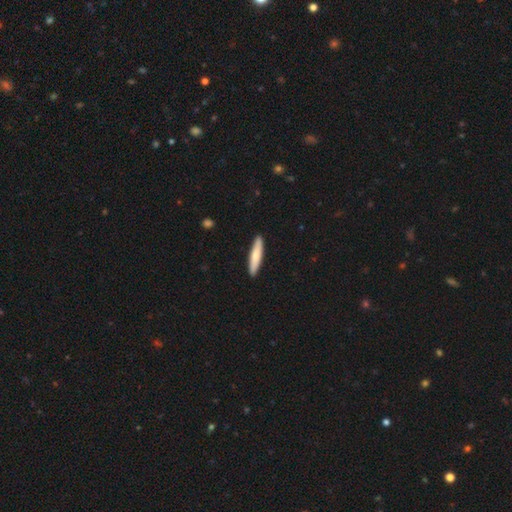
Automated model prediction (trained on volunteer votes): Smooth or featured: smooth — 72% (featured or disk — 23%)
How rounded: cigar-shaped — 87% (in between — 12%)
Merging: none — 91% (minor disturbance — 6%)